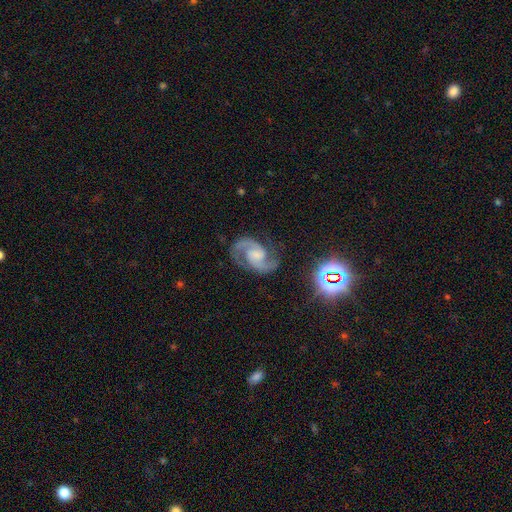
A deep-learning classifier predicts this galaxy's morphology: Q: Smooth or featured?
A: featured or disk (91%); runner-up: star or artifact (6%)
Q: Edge-on disk?
A: no (98%); runner-up: yes (2%)
Q: Bar?
A: weak (44%); tied with: no (44%)
Q: Spiral arms?
A: yes (98%); runner-up: no (2%)
Q: Spiral winding?
A: medium (64%); runner-up: tight (18%)
Q: Spiral arm count?
A: 2 (94%); runner-up: can't tell (2%)
Q: Bulge size?
A: none (30%); tied with: moderate (30%); small (30%)
Q: Merging?
A: none (79%); runner-up: minor disturbance (14%)